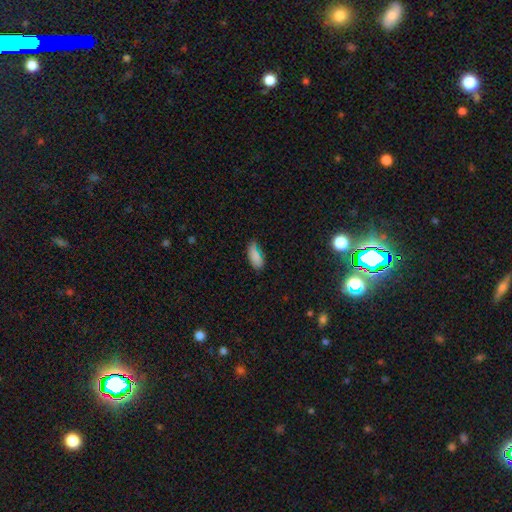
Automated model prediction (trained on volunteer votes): smooth-or-featured: smooth: 80% | star or artifact: 13% | featured or disk: 7%
  how-rounded: in between: 86% | cigar-shaped: 12% | round: 3%
  merging: none: 68% | minor disturbance: 24% | major disturbance: 5% | merger: 3%